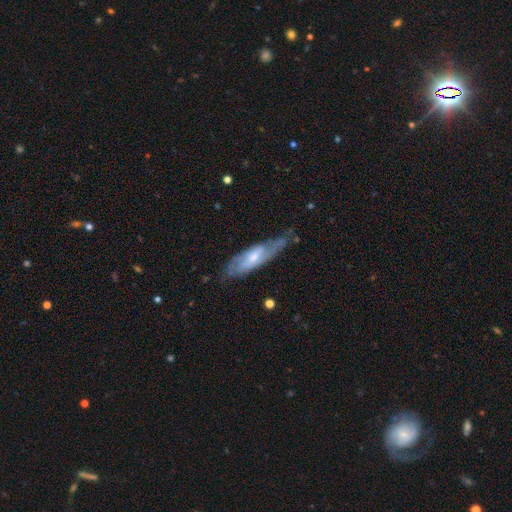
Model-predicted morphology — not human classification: smooth-or-featured: featured or disk: 69% | smooth: 23% | star or artifact: 8%
  disk-edge-on: no: 63% | yes: 37%
  merging: none: 67% | minor disturbance: 25% | major disturbance: 7% | merger: 2%